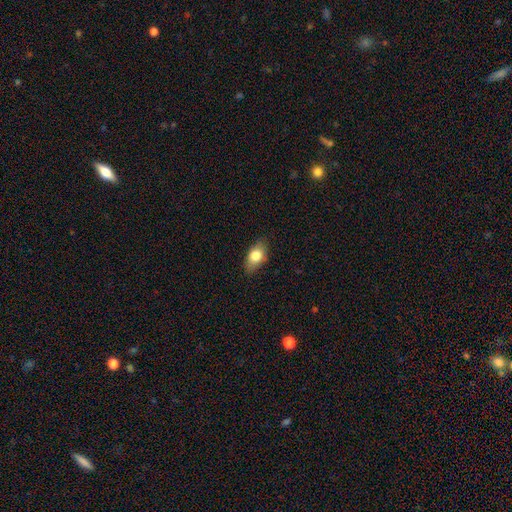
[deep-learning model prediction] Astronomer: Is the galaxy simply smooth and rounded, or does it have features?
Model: smooth — 78%.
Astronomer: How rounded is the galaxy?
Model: in between — 85%.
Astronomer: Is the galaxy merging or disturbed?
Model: none — 79%.